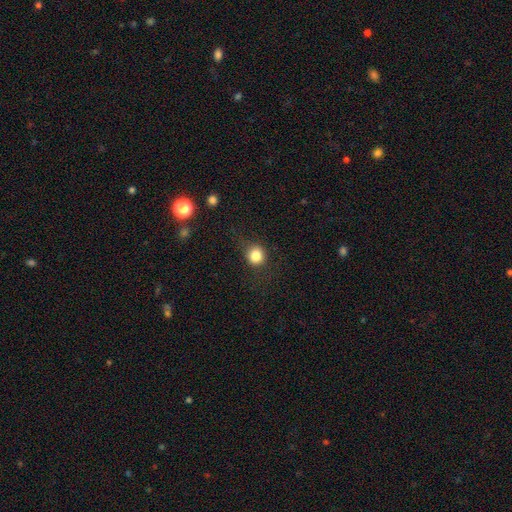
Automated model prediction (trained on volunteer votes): smooth_or_featured: smooth (p=0.83) [alt: star or artifact p=0.11]
how_rounded: round (p=0.87) [alt: in between p=0.12]
merging: none (p=0.79) [alt: minor disturbance p=0.14]